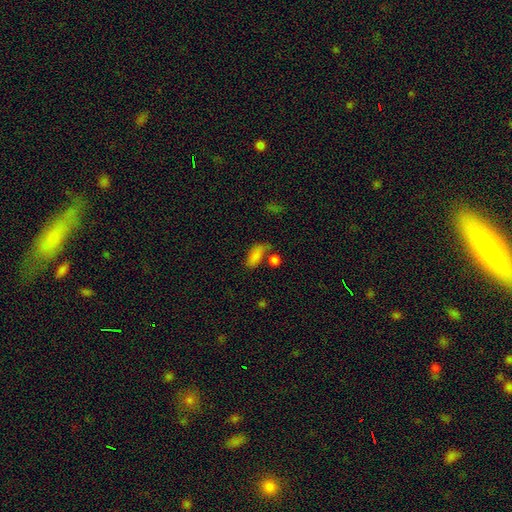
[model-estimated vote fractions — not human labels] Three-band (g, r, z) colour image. It shows a smooth galaxy with no disk features (81%) that is in between round and cigar-shaped (85%). Merging: none (45%).